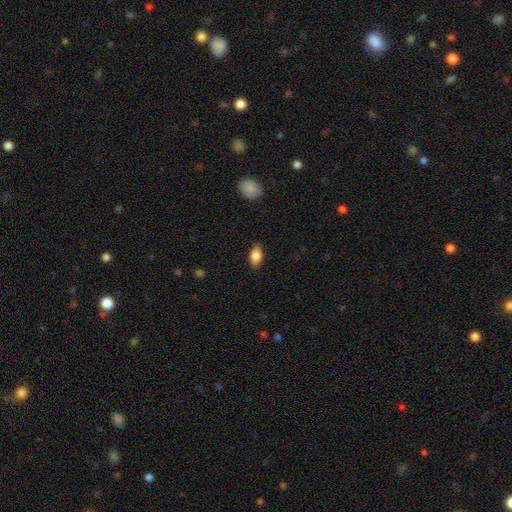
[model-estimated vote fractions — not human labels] Q: Smooth or featured?
A: smooth (84%); runner-up: featured or disk (9%)
Q: How rounded?
A: in between (90%); runner-up: round (5%)
Q: Merging?
A: none (87%); runner-up: minor disturbance (10%)